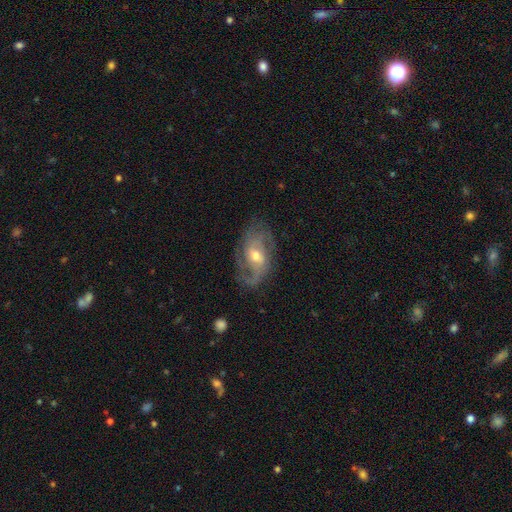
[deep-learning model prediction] Smooth or featured? Predicted: featured or disk (p=0.83). Edge-on disk? Predicted: no (p=0.95). Bar? Predicted: no (p=0.48). Spiral arms? Predicted: yes (p=0.94). Spiral winding? Predicted: medium (p=0.46). Spiral arm count? Predicted: 2 (p=0.48). Bulge size? Predicted: moderate (p=0.64). Merging? Predicted: none (p=0.71).